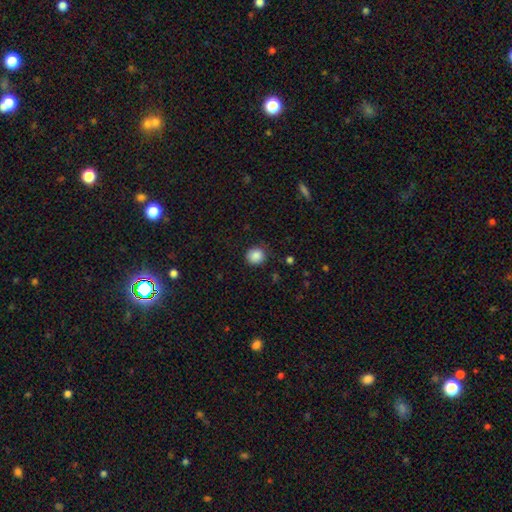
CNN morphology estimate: Q: Smooth or featured?
A: smooth (87%); runner-up: star or artifact (9%)
Q: How rounded?
A: round (88%); runner-up: in between (11%)
Q: Merging?
A: none (87%); runner-up: minor disturbance (9%)